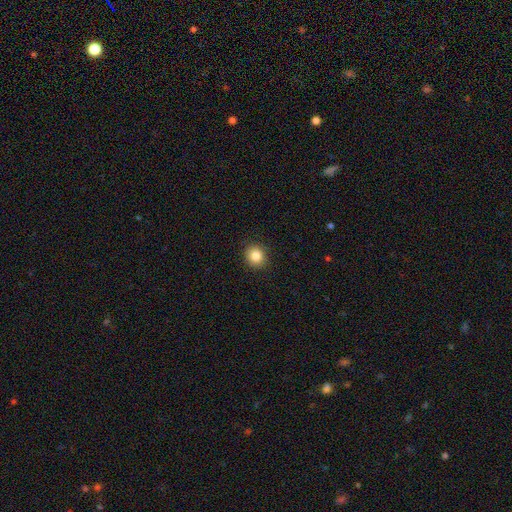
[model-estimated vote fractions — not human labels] Q: Smooth or featured?
A: smooth (85%); runner-up: star or artifact (10%)
Q: How rounded?
A: round (80%); runner-up: in between (19%)
Q: Merging?
A: none (90%); runner-up: minor disturbance (7%)